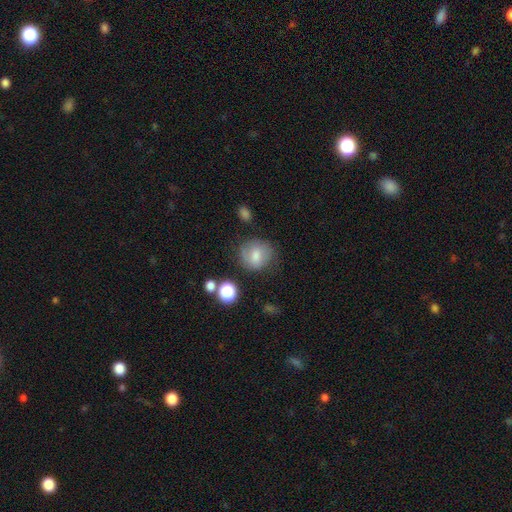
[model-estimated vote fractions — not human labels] Smooth or featured? Predicted: smooth (p=0.69). How rounded? Predicted: round (p=0.80). Merging? Predicted: none (p=0.71).